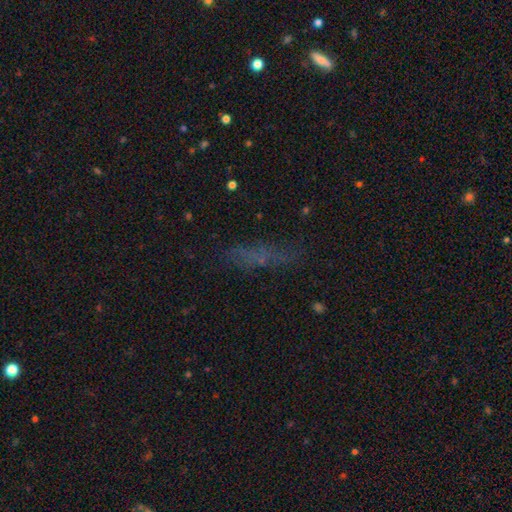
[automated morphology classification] The model was most divided on "smooth or featured": smooth: 51%, featured or disk: 25%, star or artifact: 24%. More confident: how rounded — cigar-shaped (68%); merging — none (67%).